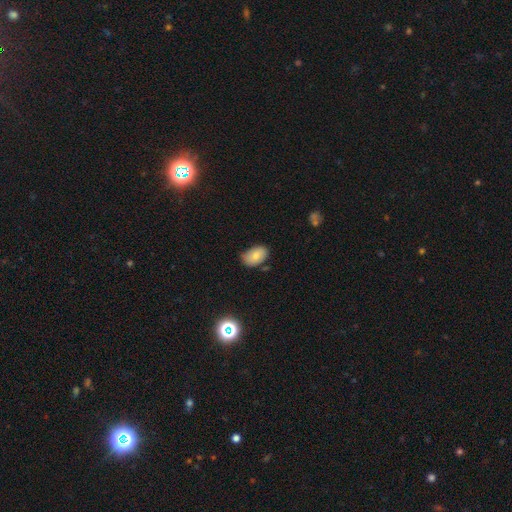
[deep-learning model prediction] The model was most divided on "merging": none: 65%, minor disturbance: 28%, major disturbance: 4%, merger: 3%. More confident: how rounded — in between (88%); smooth or featured — smooth (75%).